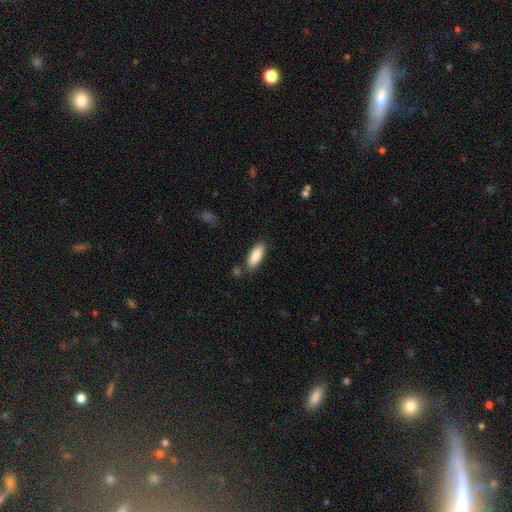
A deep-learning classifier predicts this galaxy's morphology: Smooth or featured?
  - smooth: 88% *
  - featured or disk: 6%
  - star or artifact: 6%
How rounded?
  - in between: 74% *
  - cigar-shaped: 24%
  - round: 2%
Merging?
  - none: 82% *
  - minor disturbance: 11%
  - merger: 4%
  - major disturbance: 3%